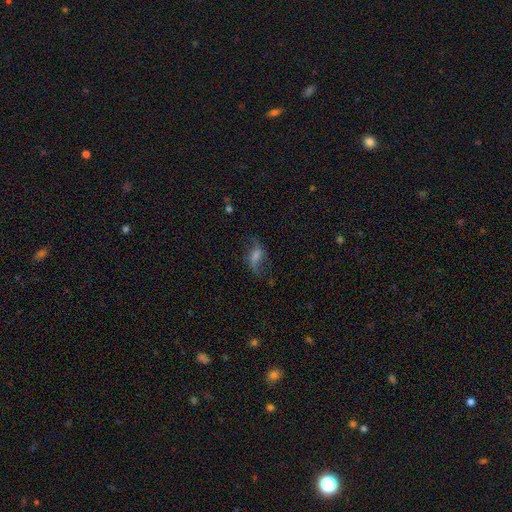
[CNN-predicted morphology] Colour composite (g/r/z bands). It shows a featured or disk galaxy (54%). Merging: none (59%).